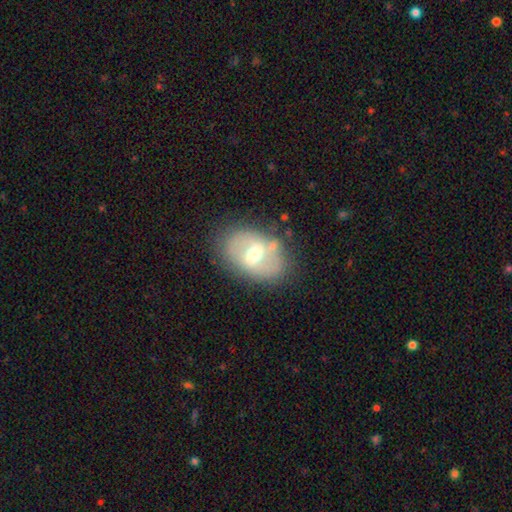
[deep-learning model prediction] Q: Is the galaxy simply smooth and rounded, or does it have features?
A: featured or disk — 57%.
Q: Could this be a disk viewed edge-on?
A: no — 93%.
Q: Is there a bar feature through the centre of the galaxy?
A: weak — 48%.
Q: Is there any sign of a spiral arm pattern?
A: no — 58%.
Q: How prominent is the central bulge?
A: moderate — 71%.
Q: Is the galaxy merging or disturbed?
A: none — 74%.